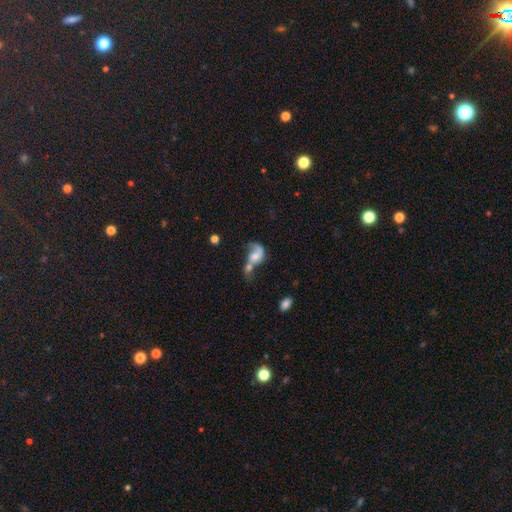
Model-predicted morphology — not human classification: A featured or disk galaxy (48%).

Vote fractions:
- Smooth or featured? featured or disk: 48% / smooth: 42% / star or artifact: 10%
- Merging? merger: 60% / major disturbance: 18% / none: 13% / minor disturbance: 9%